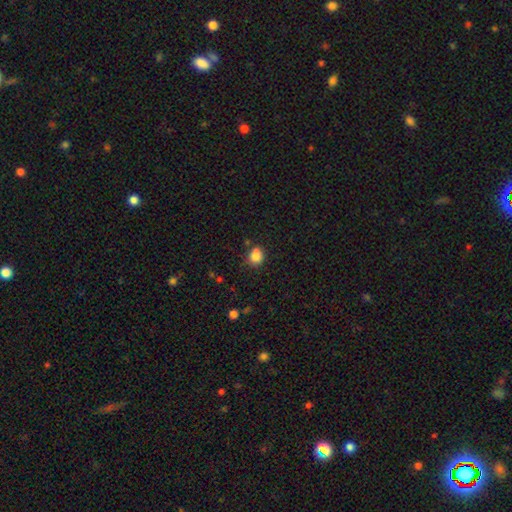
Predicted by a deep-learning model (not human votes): Smooth or featured? smooth (85%)
How rounded? round (65%)
Merging? none (65%)